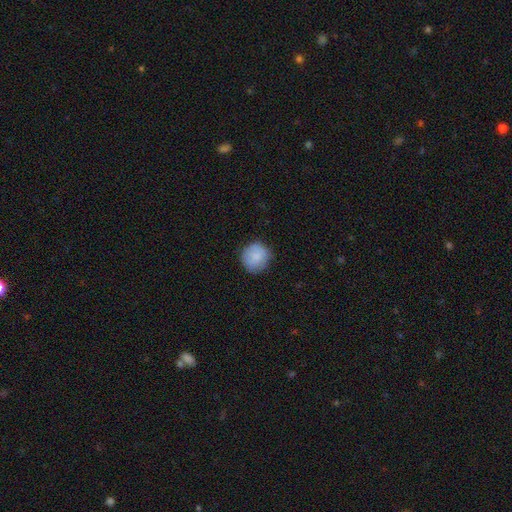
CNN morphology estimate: Smooth or featured?
  - smooth: 83% *
  - featured or disk: 11%
  - star or artifact: 7%
How rounded?
  - round: 90% *
  - in between: 9%
  - cigar-shaped: 1%
Merging?
  - none: 82% *
  - minor disturbance: 14%
  - major disturbance: 3%
  - merger: 1%